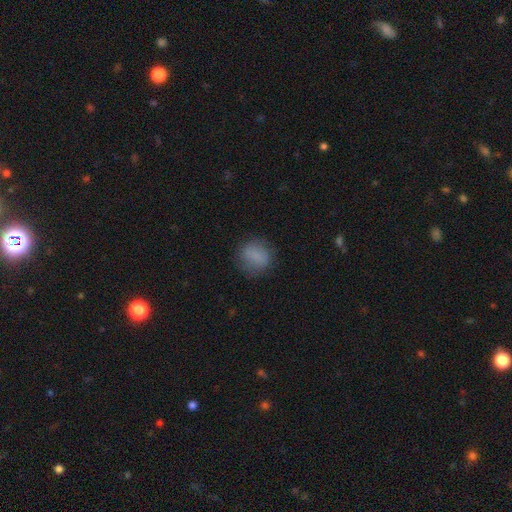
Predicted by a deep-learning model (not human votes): smooth_or_featured: smooth (p=0.80) [alt: featured or disk p=0.10]
how_rounded: round (p=0.74) [alt: in between p=0.25]
merging: none (p=0.76) [alt: minor disturbance p=0.16]